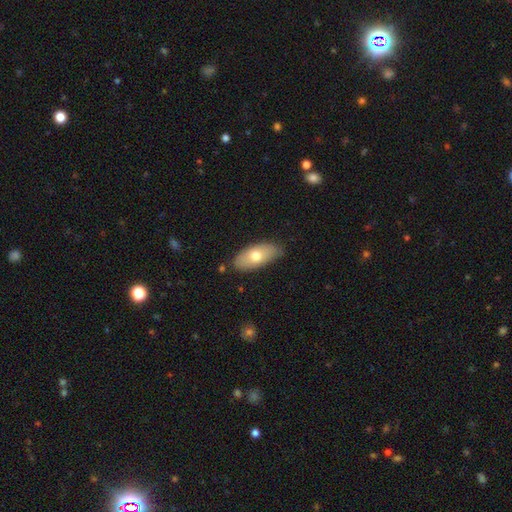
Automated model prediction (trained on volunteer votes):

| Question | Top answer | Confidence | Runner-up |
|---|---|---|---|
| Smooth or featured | smooth | 69% | featured or disk (25%) |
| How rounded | in between | 88% | cigar-shaped (8%) |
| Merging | none | 81% | minor disturbance (15%) |